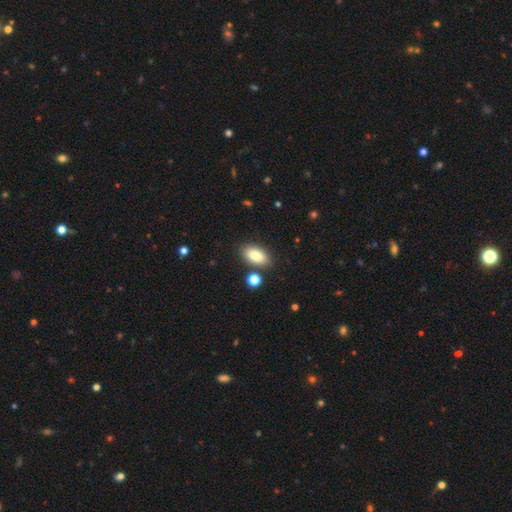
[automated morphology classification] Smooth or featured? Predicted: smooth (p=0.86). How rounded? Predicted: in between (p=0.92). Merging? Predicted: none (p=0.83).